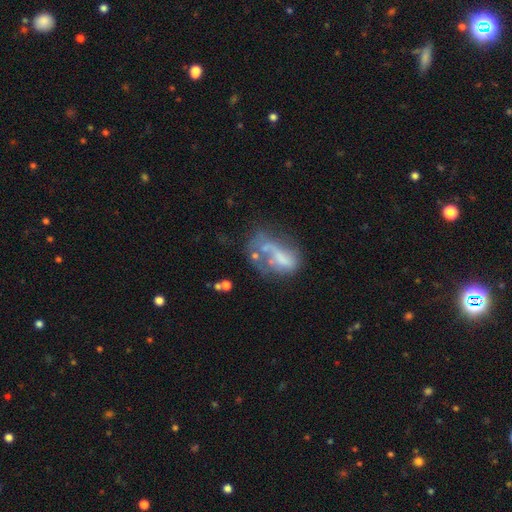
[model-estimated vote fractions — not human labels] smooth_or_featured: featured or disk (p=0.51) [alt: smooth p=0.37]
disk_edge_on: no (p=0.95) [alt: yes p=0.05]
merging: major disturbance (p=0.36) [alt: none p=0.25]